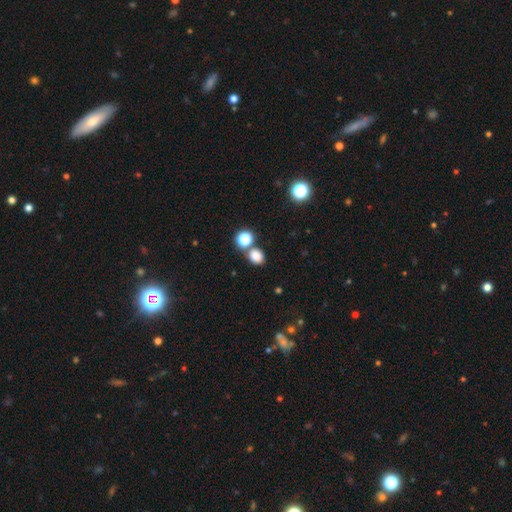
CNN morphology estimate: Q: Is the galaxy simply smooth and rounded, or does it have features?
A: smooth — 81%.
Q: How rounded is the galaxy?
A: round — 56%.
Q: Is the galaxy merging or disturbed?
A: none — 66%.